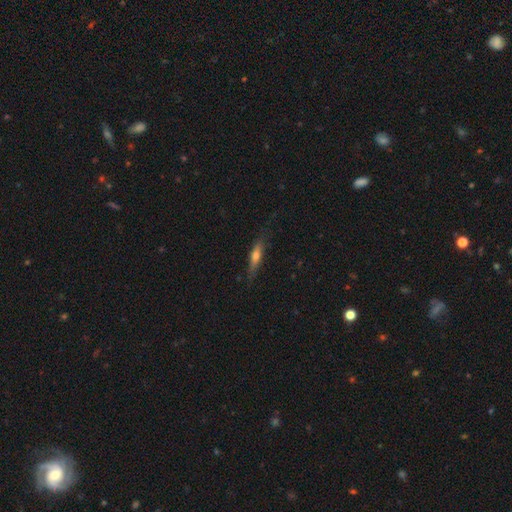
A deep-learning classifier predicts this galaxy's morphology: The model was most divided on "smooth or featured": smooth: 53%, featured or disk: 40%, star or artifact: 7%. More confident: how rounded — cigar-shaped (81%); merging — none (79%).